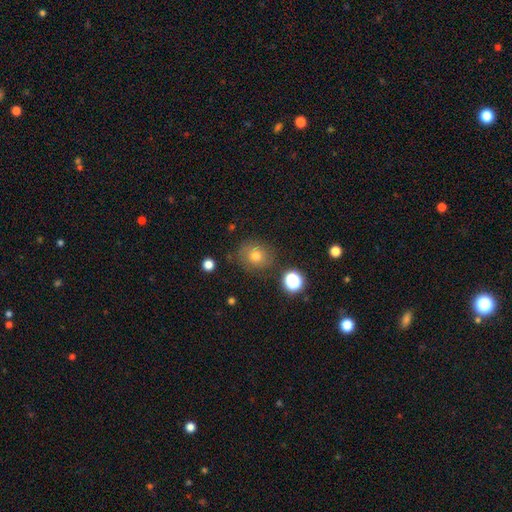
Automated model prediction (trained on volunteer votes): Smooth or featured? Predicted: smooth (p=0.71). How rounded? Predicted: round (p=0.80). Merging? Predicted: none (p=0.79).